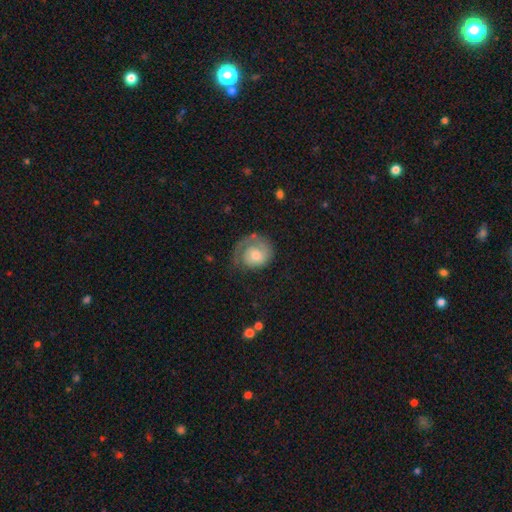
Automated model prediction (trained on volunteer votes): smooth_or_featured: featured or disk (p=0.67) [alt: smooth p=0.26]
disk_edge_on: no (p=0.98) [alt: yes p=0.02]
bar: no (p=0.74) [alt: weak p=0.22]
has_spiral_arms: yes (p=0.89) [alt: no p=0.11]
spiral_winding: tight (p=0.60) [alt: medium p=0.26]
spiral_arm_count: 1 (p=0.77) [alt: 2 p=0.11]
bulge_size: moderate (p=0.53) [alt: small p=0.35]
merging: none (p=0.57) [alt: major disturbance p=0.22]